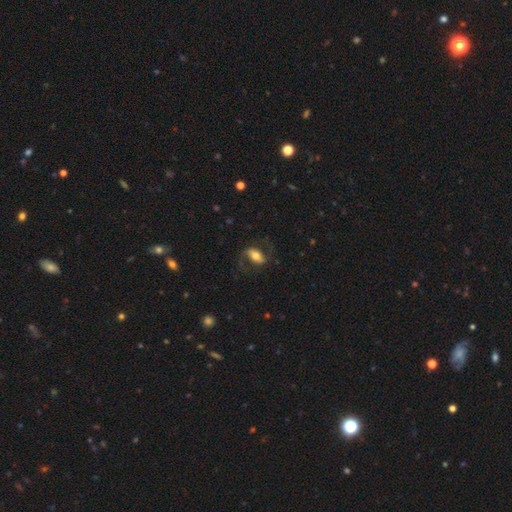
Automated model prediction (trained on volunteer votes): Morphology: type=featured or disk (58%); edge-on=no (93%); bar=strong (36%); spiral arms=yes (86%); bulge=moderate (59%); merging=none (67%).